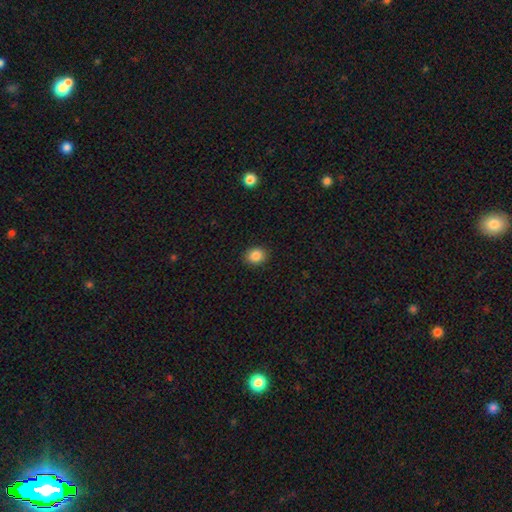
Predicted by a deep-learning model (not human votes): smooth_or_featured: smooth (p=0.86) [alt: star or artifact p=0.10]
how_rounded: round (p=0.63) [alt: in between p=0.36]
merging: none (p=0.90) [alt: minor disturbance p=0.07]